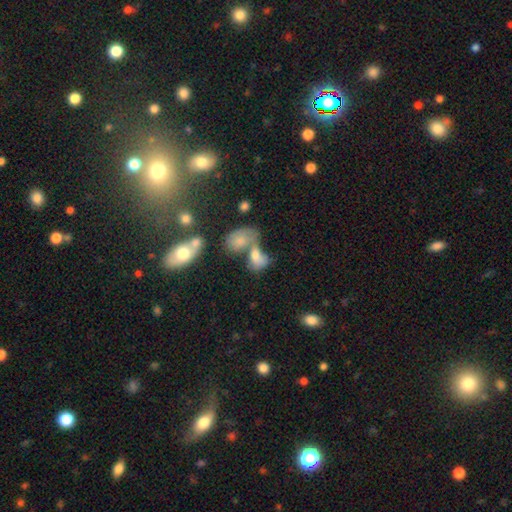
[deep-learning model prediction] Smooth or featured?
  - smooth: 66% *
  - featured or disk: 20%
  - star or artifact: 15%
How rounded?
  - in between: 80% *
  - round: 17%
  - cigar-shaped: 3%
Merging?
  - merger: 49% *
  - none: 28%
  - minor disturbance: 13%
  - major disturbance: 10%